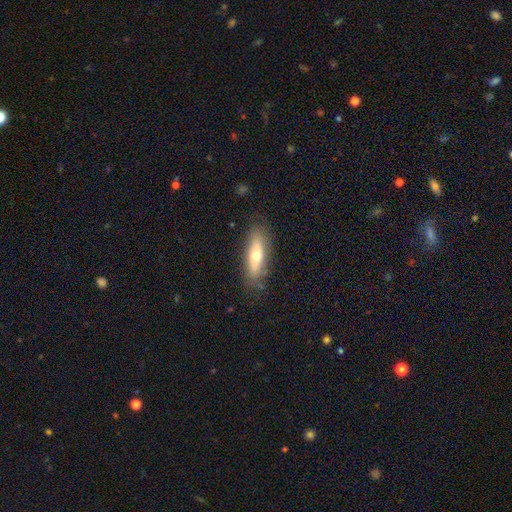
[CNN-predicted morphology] This is possibly a smooth galaxy (56%). How rounded: possibly in between (53%). Merging: clearly none (81%).